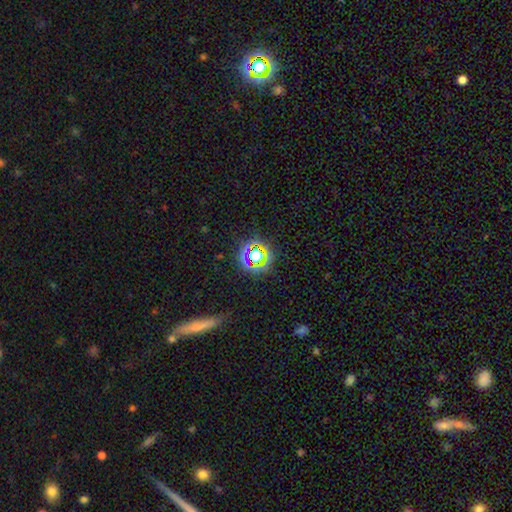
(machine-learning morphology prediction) type=star or artifact (60%).